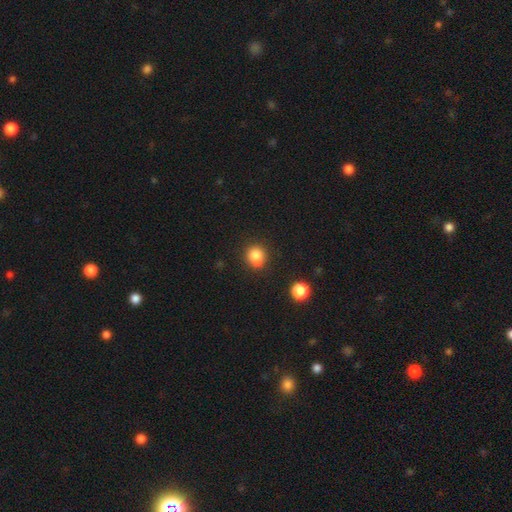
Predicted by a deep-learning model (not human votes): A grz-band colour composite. It shows a smooth galaxy with no disk features (79%) that is round (77%). Merging: none (56%).